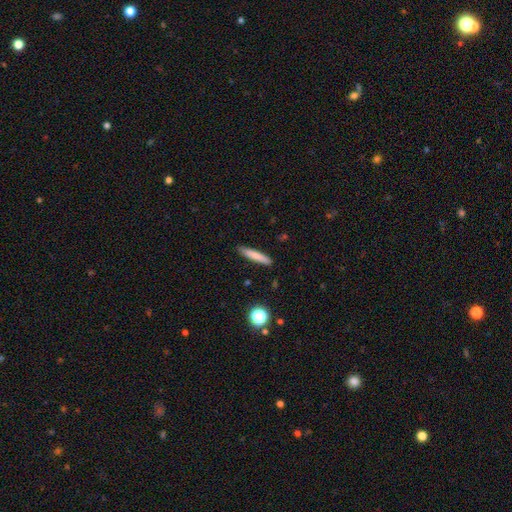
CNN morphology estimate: Smooth or featured? smooth (76%)
How rounded? cigar-shaped (92%)
Merging? none (88%)